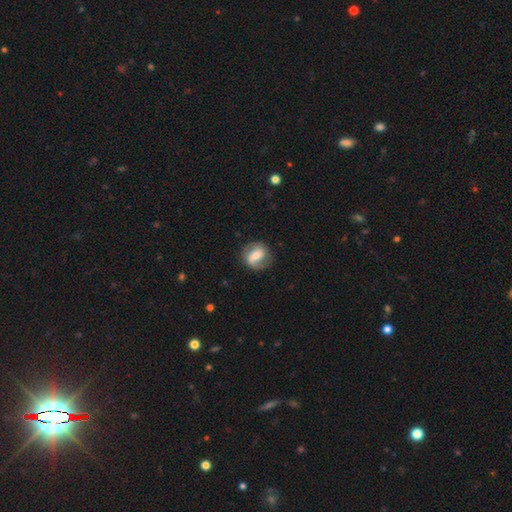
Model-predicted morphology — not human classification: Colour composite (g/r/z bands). It shows a featured or disk galaxy (59%) with a weak bar (43%), spiral arms (84%) and a moderate central bulge (50%). Merging: none (76%).